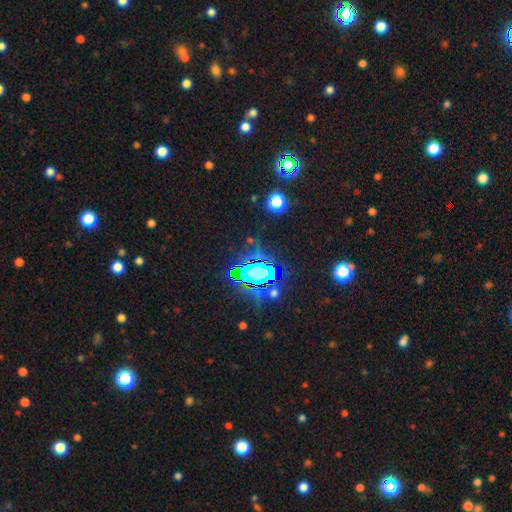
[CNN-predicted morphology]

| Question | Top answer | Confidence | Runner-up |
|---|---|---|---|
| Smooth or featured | star or artifact | 79% | smooth (12%) |